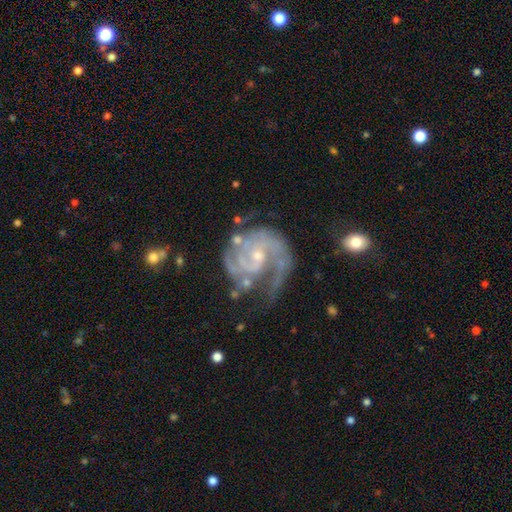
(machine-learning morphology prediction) This appears to be a featured or disk galaxy (91%) with no bar (56%), 2 (54%) tight (51%) spiral arms (97%) and a small central bulge (69%). Merging: none (53%).